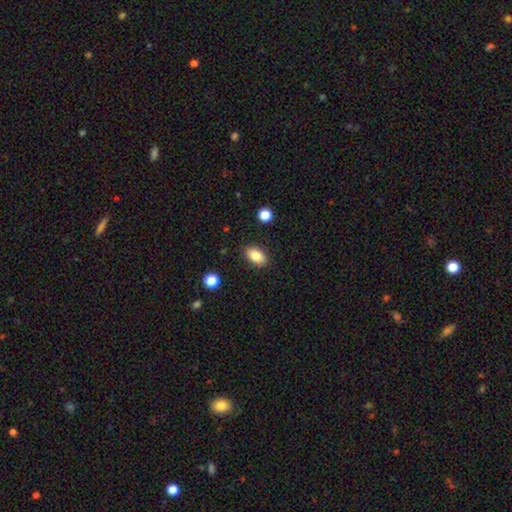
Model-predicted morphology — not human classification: Q: Smooth or featured?
A: smooth (83%); runner-up: featured or disk (8%)
Q: How rounded?
A: in between (90%); runner-up: round (7%)
Q: Merging?
A: none (87%); runner-up: minor disturbance (9%)